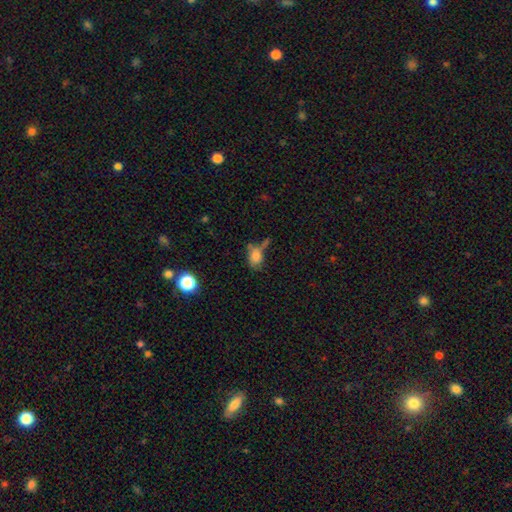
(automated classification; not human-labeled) Smooth or featured?
  - smooth: 77% *
  - star or artifact: 12%
  - featured or disk: 11%
How rounded?
  - in between: 75% *
  - round: 23%
  - cigar-shaped: 2%
Merging?
  - none: 40% *
  - minor disturbance: 24%
  - merger: 23%
  - major disturbance: 13%